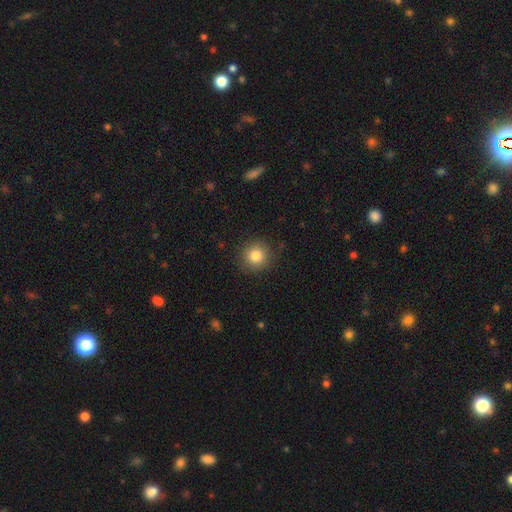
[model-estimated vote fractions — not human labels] This is clearly a smooth galaxy (84%). How rounded: clearly round (91%). Merging: clearly none (88%).